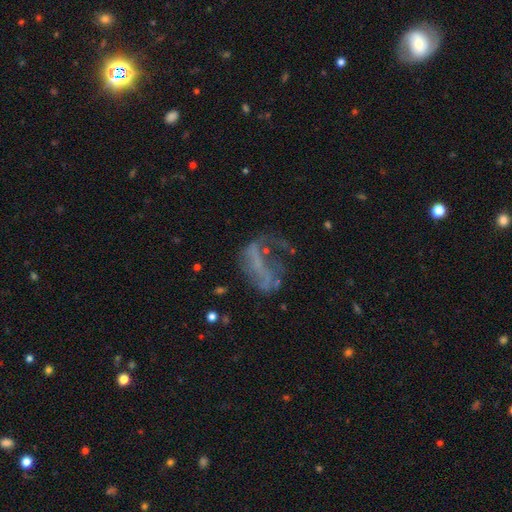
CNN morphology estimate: Smooth or featured? featured or disk (60%)
Edge-on disk? no (94%)
Bar? no (56%)
Spiral arms? no (59%)
Bulge size? none (75%)
Merging? major disturbance (47%)